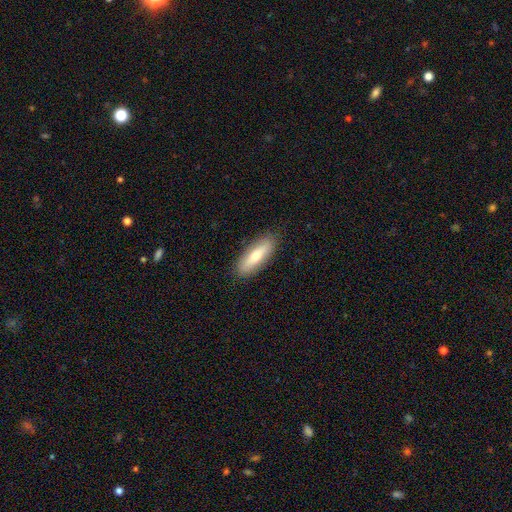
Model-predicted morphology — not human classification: This is likely a smooth galaxy (67%). How rounded: possibly in between (54%). Merging: clearly none (87%).